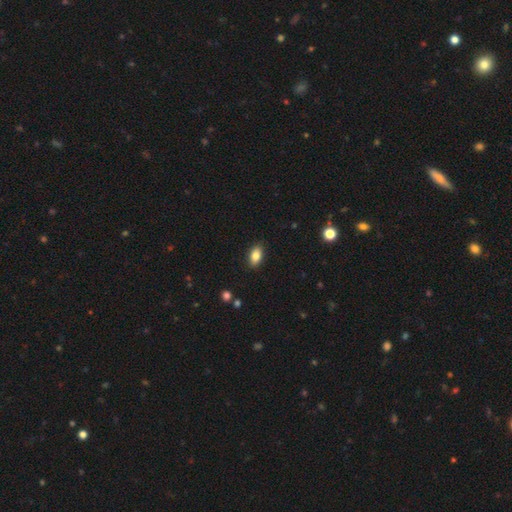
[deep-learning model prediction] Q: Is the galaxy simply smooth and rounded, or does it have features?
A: smooth — 84%.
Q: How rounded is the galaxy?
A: in between — 90%.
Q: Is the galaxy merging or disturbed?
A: none — 88%.